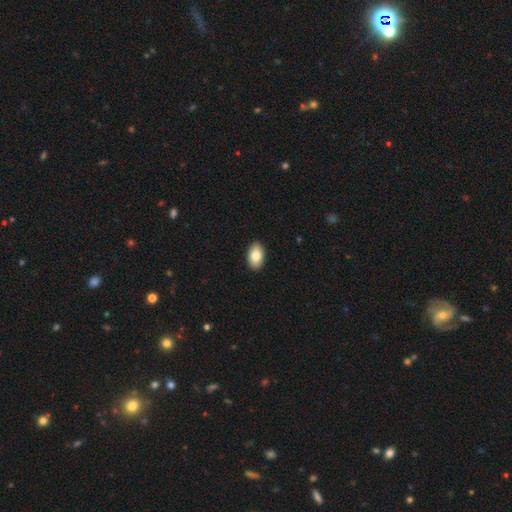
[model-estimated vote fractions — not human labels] smooth 82%, featured or disk 12%, star or artifact 7%. Down the decision tree: how rounded — in between (93%); merging — none (91%).